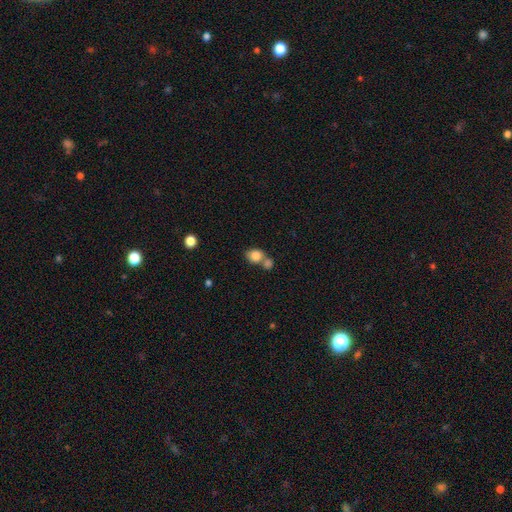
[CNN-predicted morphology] This is clearly a smooth galaxy (83%). How rounded: possibly in between (52%). Merging: possibly merger (53%).